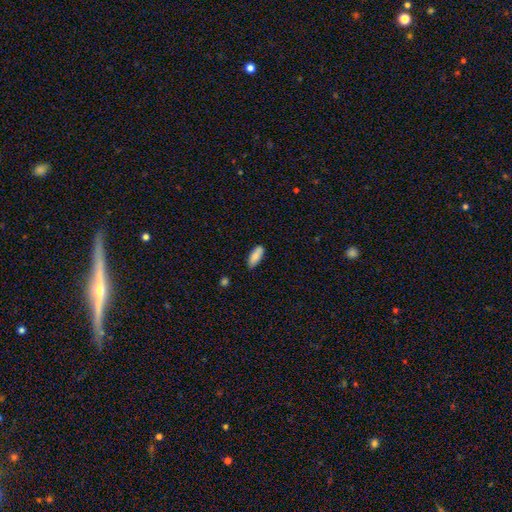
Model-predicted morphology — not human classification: This appears to be a smooth galaxy with no disk features (85%) that is in between round and cigar-shaped (79%). Merging: none (80%).